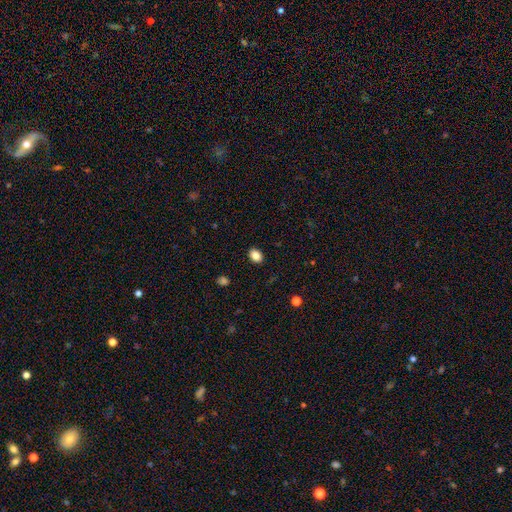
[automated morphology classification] smooth_or_featured: smooth (p=0.87) [alt: star or artifact p=0.09]
how_rounded: in between (p=0.68) [alt: round p=0.31]
merging: none (p=0.90) [alt: minor disturbance p=0.07]